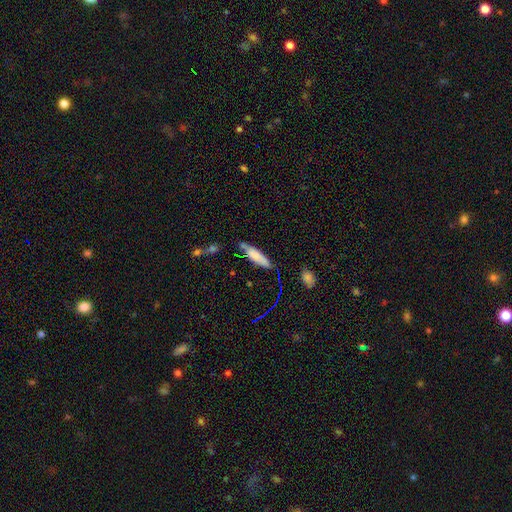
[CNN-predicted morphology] Smooth or featured?
  - smooth: 74% *
  - featured or disk: 18%
  - star or artifact: 7%
How rounded?
  - cigar-shaped: 68% *
  - in between: 30%
  - round: 2%
Merging?
  - none: 65% *
  - minor disturbance: 23%
  - merger: 7%
  - major disturbance: 5%